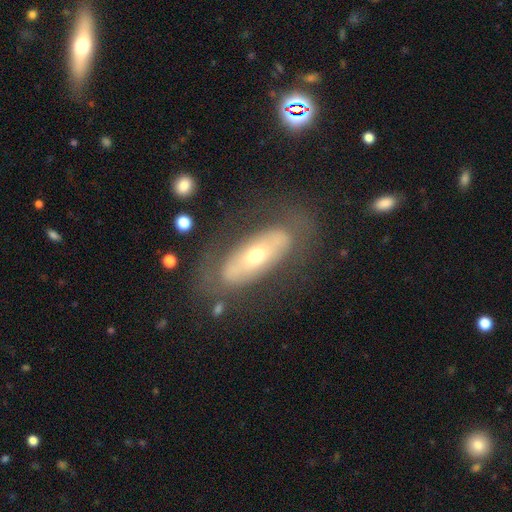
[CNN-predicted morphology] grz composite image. It shows a featured or disk galaxy (60%). Merging: none (73%).